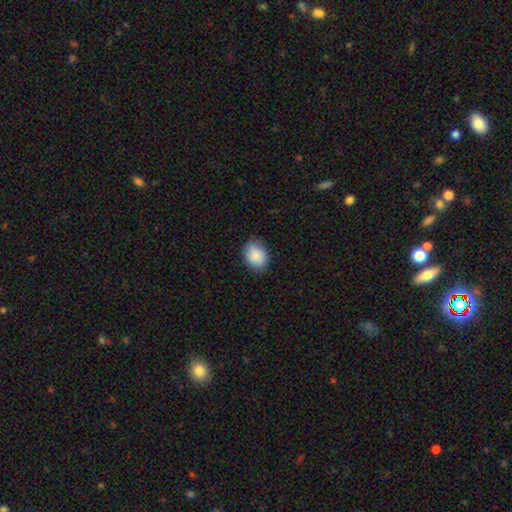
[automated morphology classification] Smooth or featured? Predicted: smooth (p=0.87). How rounded? Predicted: in between (p=0.64). Merging? Predicted: none (p=0.82).